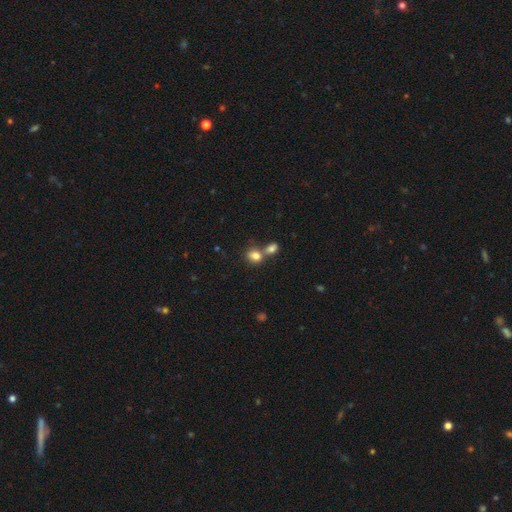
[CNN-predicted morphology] Q: Smooth or featured?
A: smooth (80%); runner-up: star or artifact (11%)
Q: How rounded?
A: round (49%); tied with: in between (49%)
Q: Merging?
A: merger (51%); runner-up: none (37%)